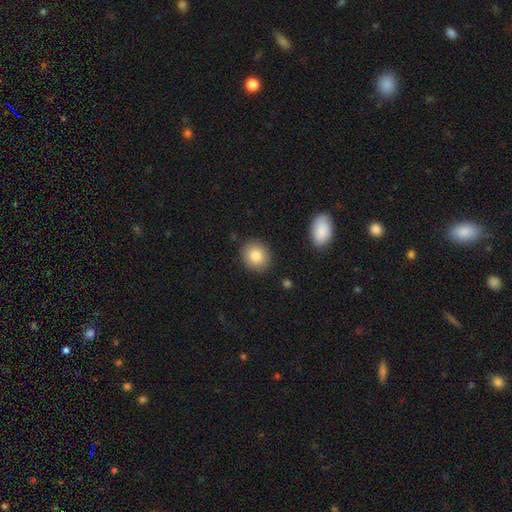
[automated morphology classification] A smooth galaxy with no disk features (85%) that is round (81%). Merging: none (88%).